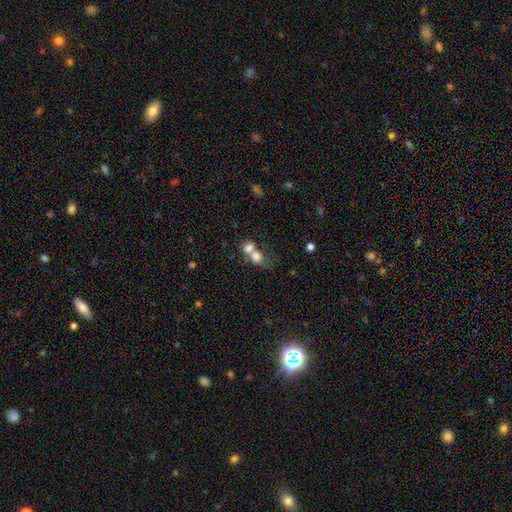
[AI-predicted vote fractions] Morphology: type=smooth (74%); roundness=round (53%); merging=merger (69%).